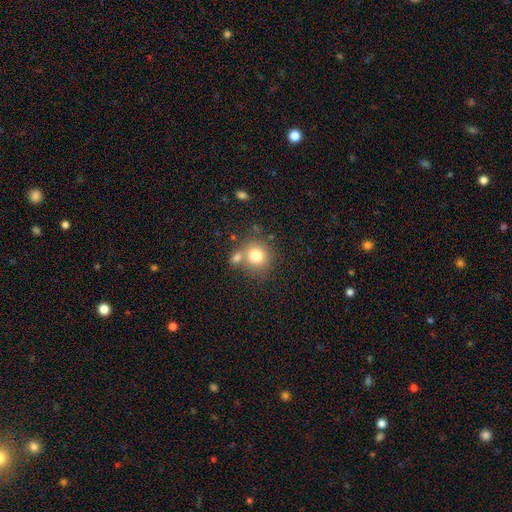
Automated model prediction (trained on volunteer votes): This is likely a smooth galaxy (78%). How rounded: clearly round (86%). Merging: possibly none (59%).